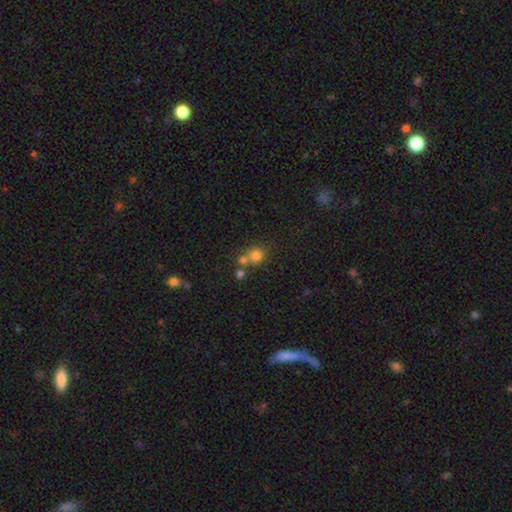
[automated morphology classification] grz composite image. It shows a smooth galaxy with no disk features (76%) that is round (86%). Merging: none (50%).